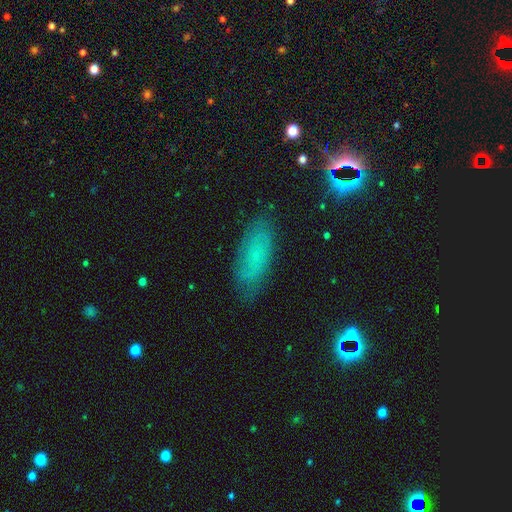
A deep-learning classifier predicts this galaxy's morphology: Overall: smooth (55%; featured or disk 28%). How rounded: in between (74%). Merging: none (79%).